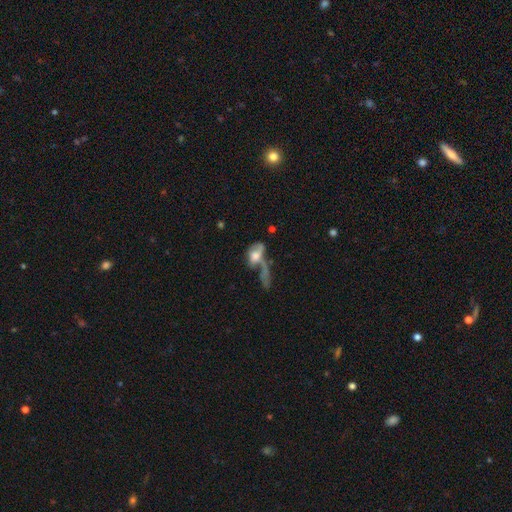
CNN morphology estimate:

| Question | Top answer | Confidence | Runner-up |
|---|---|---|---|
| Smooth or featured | smooth | 49% | featured or disk (40%) |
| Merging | major disturbance | 42% | merger (34%) |